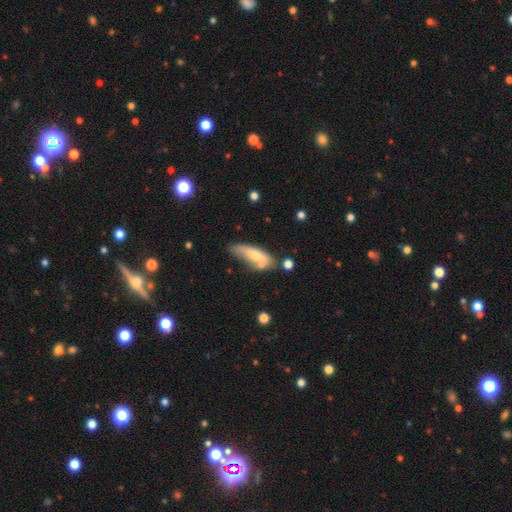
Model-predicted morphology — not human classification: Overall: smooth (52%; featured or disk 41%). How rounded: in between (54%; cigar-shaped 43%). Merging: none (43%; minor disturbance 26%).